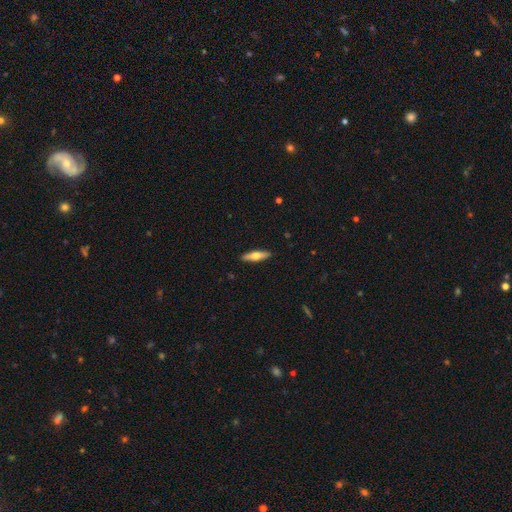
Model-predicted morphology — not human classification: This is possibly a smooth galaxy (52%). How rounded: likely cigar-shaped (64%). Merging: clearly none (91%).